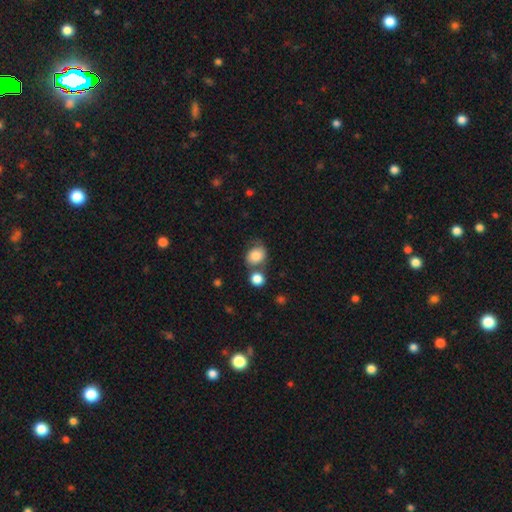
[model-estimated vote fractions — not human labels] This appears to be a smooth galaxy with no disk features (79%) that is round (57%). Merging: none (51%).